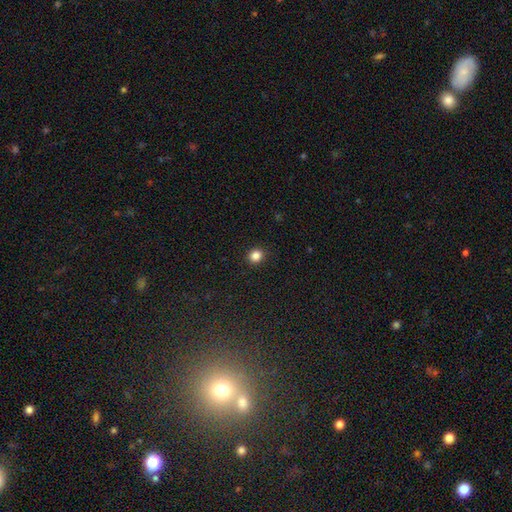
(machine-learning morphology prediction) smooth-or-featured: smooth: 84% | star or artifact: 12% | featured or disk: 4%
  how-rounded: round: 79% | in between: 20% | cigar-shaped: 1%
  merging: none: 92% | minor disturbance: 6% | major disturbance: 2% | merger: 1%